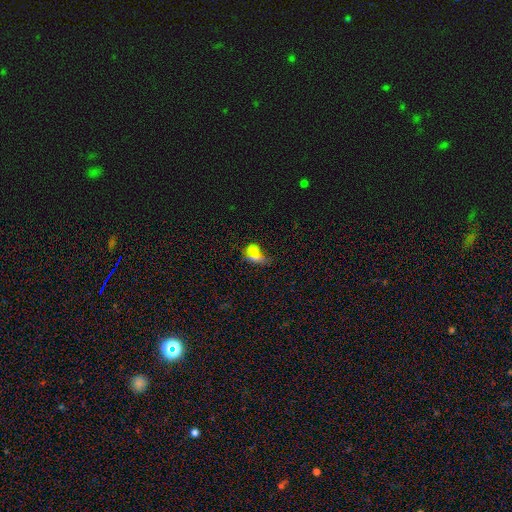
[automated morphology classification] type=smooth (58%); roundness=round (55%); merging=merger (40%).